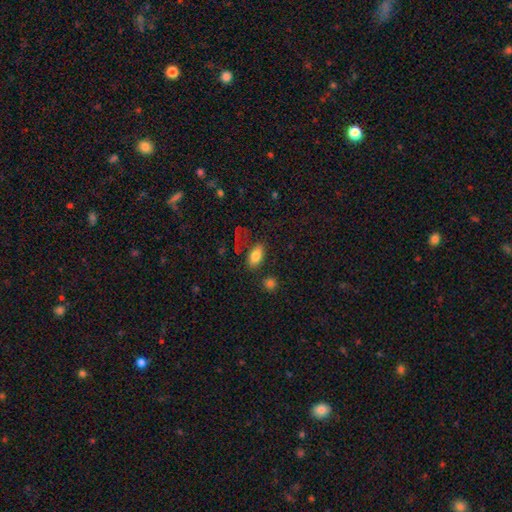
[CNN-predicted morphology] smooth 81%, featured or disk 11%, star or artifact 8%. Down the decision tree: how rounded — in between (88%); merging — none (73%).